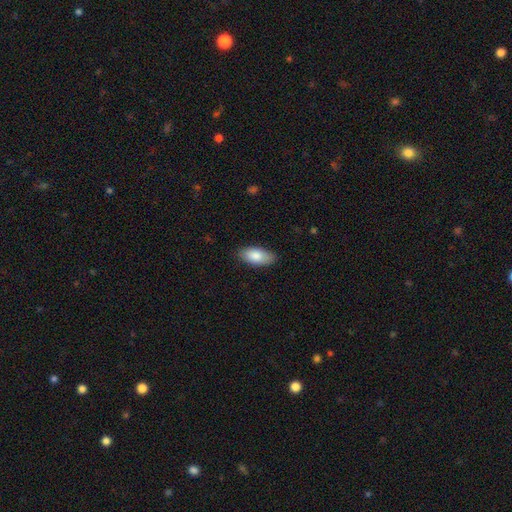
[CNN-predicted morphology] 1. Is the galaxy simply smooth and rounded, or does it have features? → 84% smooth, 10% featured or disk, 6% star or artifact.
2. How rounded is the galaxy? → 91% in between, 7% cigar-shaped, 3% round.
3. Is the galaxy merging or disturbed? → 84% none, 13% minor disturbance, 2% major disturbance, 1% merger.